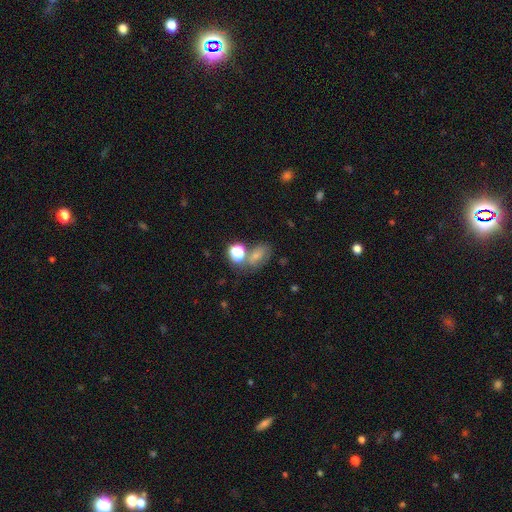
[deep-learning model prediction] Morphology: type=smooth (63%); roundness=in between (71%); merging=none (51%).